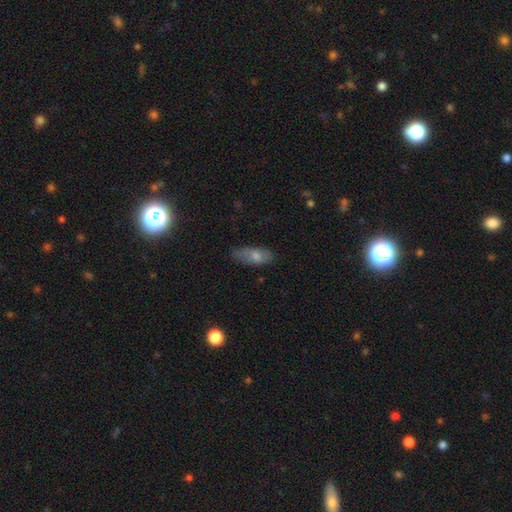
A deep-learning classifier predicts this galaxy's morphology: smooth_or_featured: smooth (p=0.63) [alt: featured or disk p=0.24]
how_rounded: in between (p=0.76) [alt: cigar-shaped p=0.20]
merging: none (p=0.70) [alt: minor disturbance p=0.23]